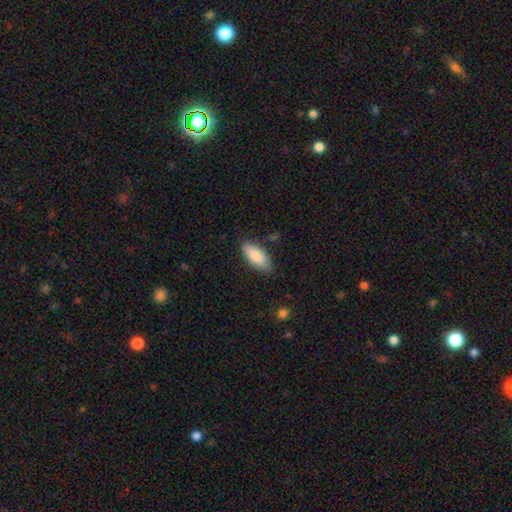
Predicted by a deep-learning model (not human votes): This is clearly a smooth galaxy (86%). How rounded: clearly in between (87%). Merging: likely none (76%).